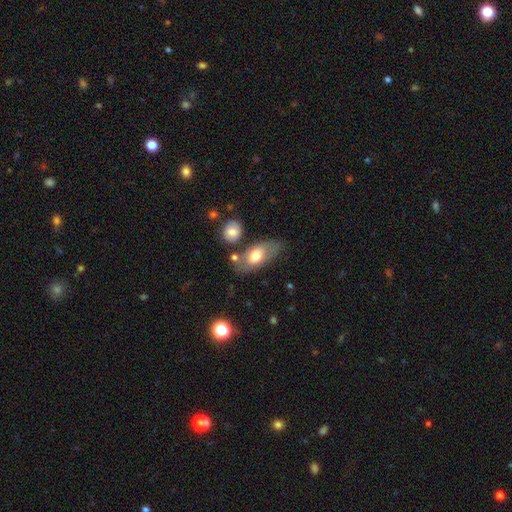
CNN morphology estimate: A smooth galaxy with no disk features (68%) that is in between round and cigar-shaped (89%). Merging: none (60%).